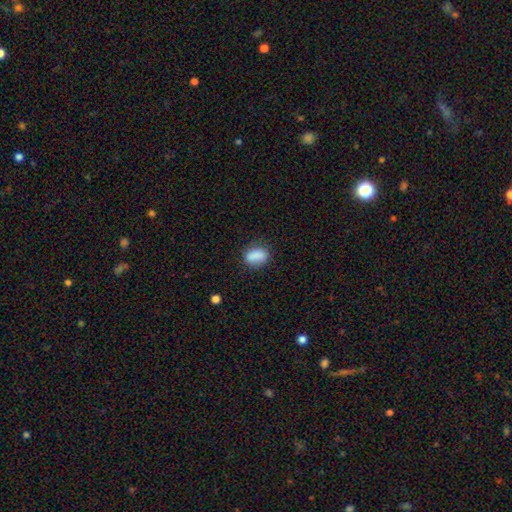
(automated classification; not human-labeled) The model was most divided on "merging": none: 76%, minor disturbance: 17%, major disturbance: 4%, merger: 3%. More confident: smooth or featured — smooth (85%); how rounded — in between (79%).